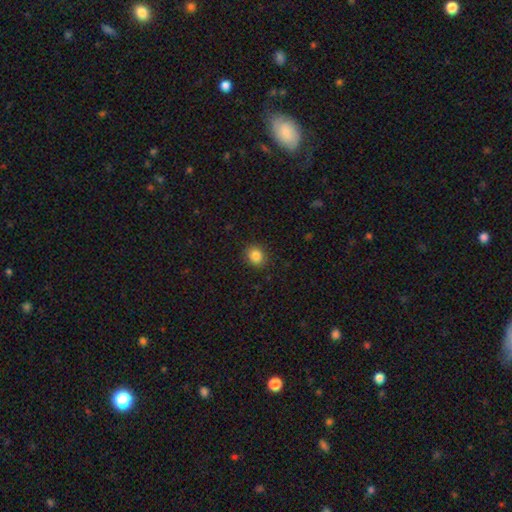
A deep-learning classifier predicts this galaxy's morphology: A smooth galaxy with no disk features (86%) that is round (74%). Merging: none (89%).